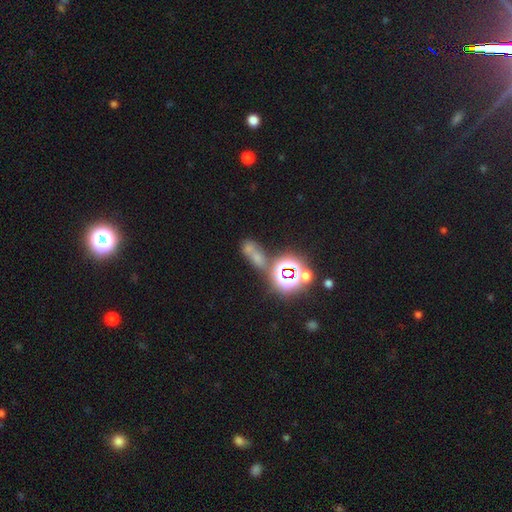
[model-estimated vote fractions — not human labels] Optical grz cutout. It shows a star or artifact, not a galaxy (43%).